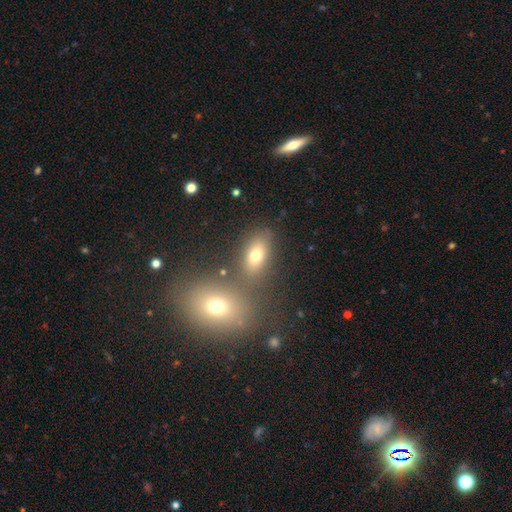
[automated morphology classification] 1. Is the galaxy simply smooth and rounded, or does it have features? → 71% smooth, 15% featured or disk, 14% star or artifact.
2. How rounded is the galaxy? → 78% in between, 17% round, 5% cigar-shaped.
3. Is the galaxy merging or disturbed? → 67% none, 17% merger, 11% minor disturbance, 5% major disturbance.